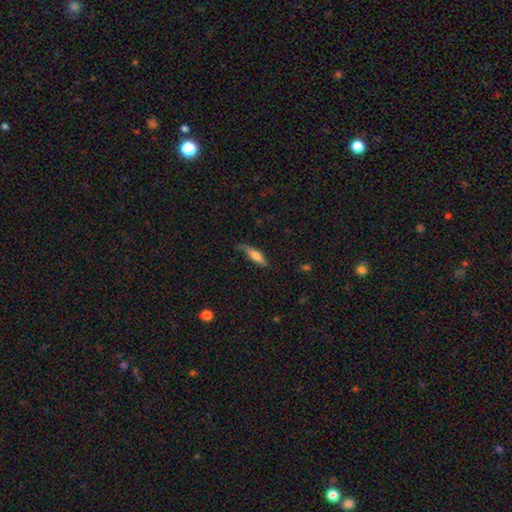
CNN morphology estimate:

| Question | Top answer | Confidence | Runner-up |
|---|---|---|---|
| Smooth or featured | smooth | 68% | featured or disk (26%) |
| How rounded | cigar-shaped | 61% | in between (37%) |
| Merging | none | 57% | minor disturbance (31%) |